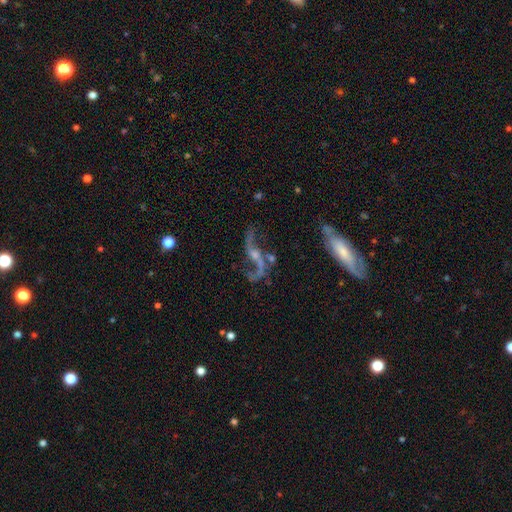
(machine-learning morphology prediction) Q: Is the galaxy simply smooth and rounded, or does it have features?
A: featured or disk — 86%.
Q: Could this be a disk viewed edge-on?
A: no — 90%.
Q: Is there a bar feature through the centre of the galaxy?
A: no — 48%.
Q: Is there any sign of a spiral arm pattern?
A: yes — 94%.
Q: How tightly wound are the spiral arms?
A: loose — 83%.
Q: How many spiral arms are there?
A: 2 — 90%.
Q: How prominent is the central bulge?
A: small — 50%.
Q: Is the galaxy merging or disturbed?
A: none — 58%.